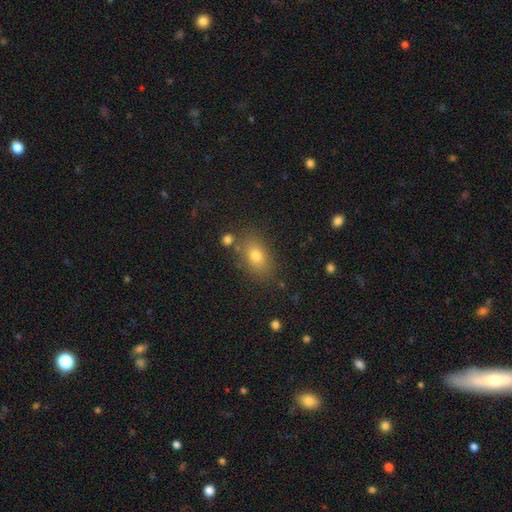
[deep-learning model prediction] smooth 75%, star or artifact 13%, featured or disk 12%. Down the decision tree: how rounded — in between (79%); merging — none (80%).